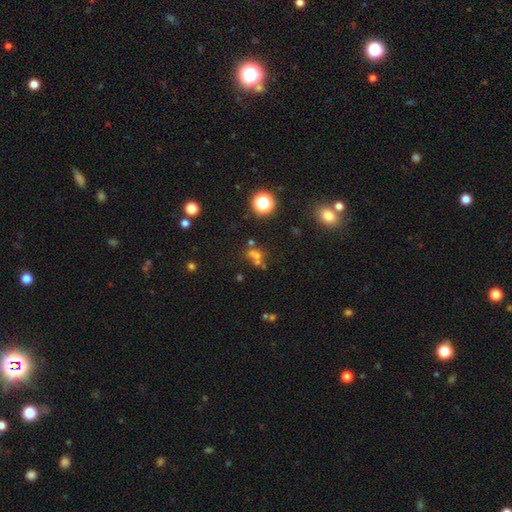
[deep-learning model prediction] Smooth or featured: smooth — 48% (star or artifact — 36%)
Merging: none — 46% (merger — 36%)